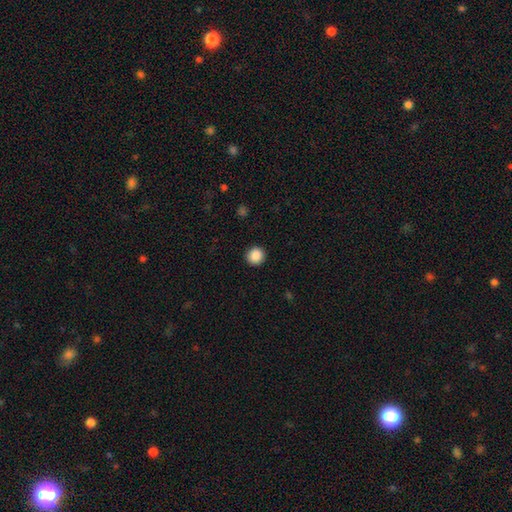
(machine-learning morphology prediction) Smooth or featured?
  - smooth: 88% *
  - star or artifact: 9%
  - featured or disk: 3%
How rounded?
  - round: 95% *
  - in between: 4%
  - cigar-shaped: 1%
Merging?
  - none: 93% *
  - minor disturbance: 5%
  - major disturbance: 2%
  - merger: 1%